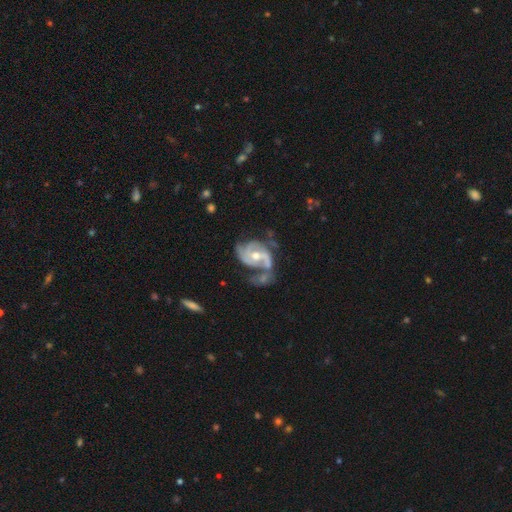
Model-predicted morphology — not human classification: Smooth or featured: featured or disk — 87% (smooth — 8%)
Edge-on disk: no — 98% (yes — 2%)
Bar: no — 51% (weak — 36%)
Spiral arms: yes — 94% (no — 6%)
Spiral winding: medium — 47% (tight — 32%)
Spiral arm count: 2 — 49% (3 — 26%)
Bulge size: moderate — 66% (small — 29%)
Merging: none — 32% (major disturbance — 24%)